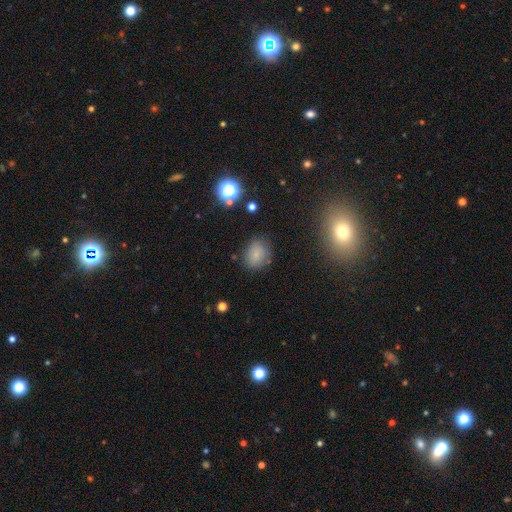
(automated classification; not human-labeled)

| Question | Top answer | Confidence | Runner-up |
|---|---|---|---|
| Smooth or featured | smooth | 77% | star or artifact (14%) |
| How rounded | in between | 55% | round (44%) |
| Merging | none | 75% | minor disturbance (17%) |